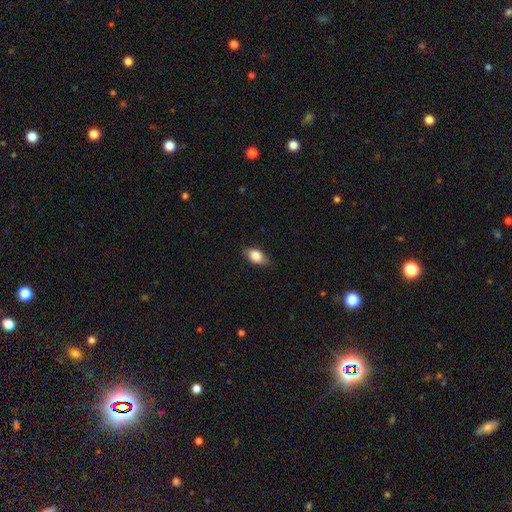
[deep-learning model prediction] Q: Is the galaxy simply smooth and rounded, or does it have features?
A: smooth — 81%.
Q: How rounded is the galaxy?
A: in between — 87%.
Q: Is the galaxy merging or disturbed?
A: none — 78%.